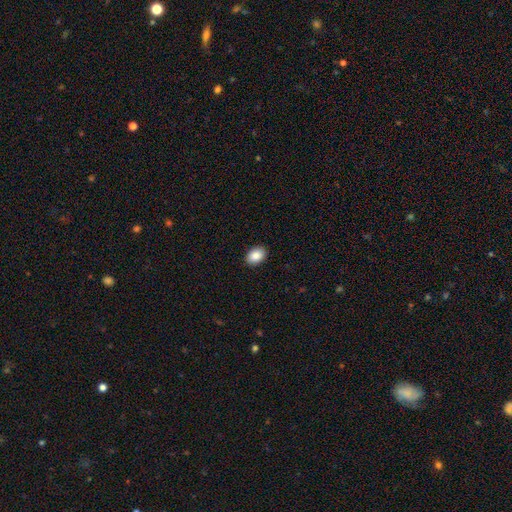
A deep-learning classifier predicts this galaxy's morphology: Q: Smooth or featured?
A: smooth (89%); runner-up: star or artifact (7%)
Q: How rounded?
A: in between (80%); runner-up: round (19%)
Q: Merging?
A: none (91%); runner-up: minor disturbance (6%)